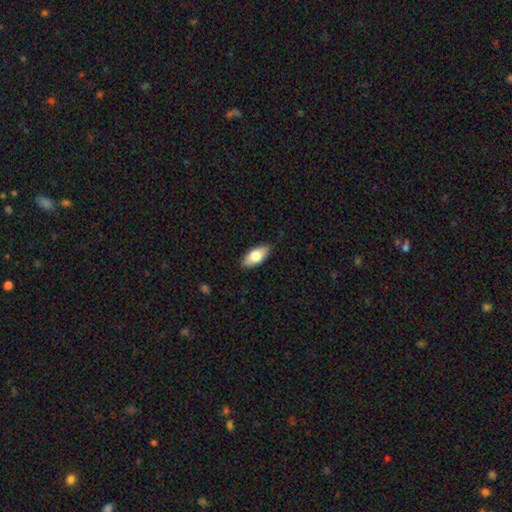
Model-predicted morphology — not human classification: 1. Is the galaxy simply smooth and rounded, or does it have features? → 76% smooth, 18% featured or disk, 6% star or artifact.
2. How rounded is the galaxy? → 89% in between, 8% cigar-shaped, 3% round.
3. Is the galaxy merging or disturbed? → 86% none, 11% minor disturbance, 2% major disturbance, 1% merger.